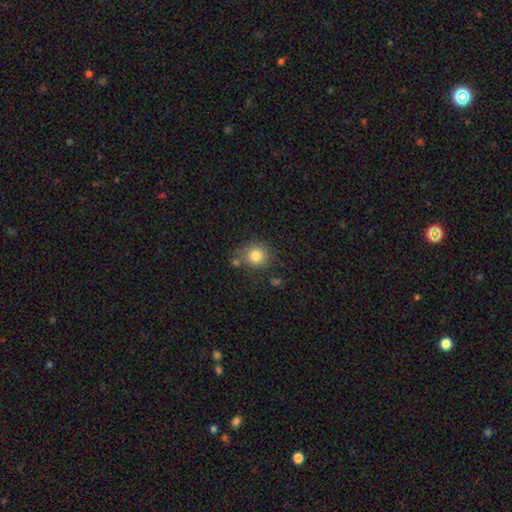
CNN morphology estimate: This appears to be a smooth galaxy with no disk features (81%) that is round (80%). Merging: none (69%).